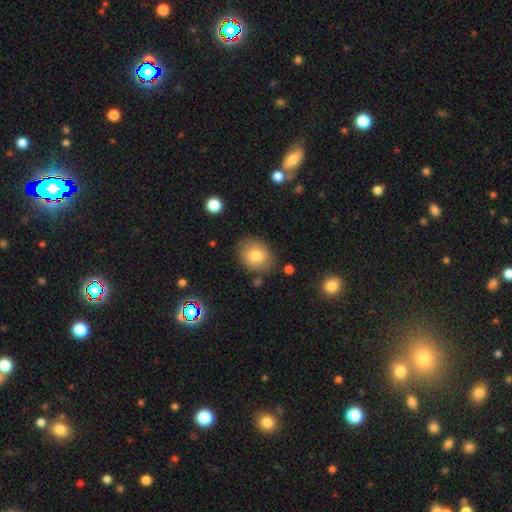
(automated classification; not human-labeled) Smooth or featured: smooth — 77% (featured or disk — 14%)
How rounded: in between — 52% (round — 47%)
Merging: none — 79% (minor disturbance — 14%)